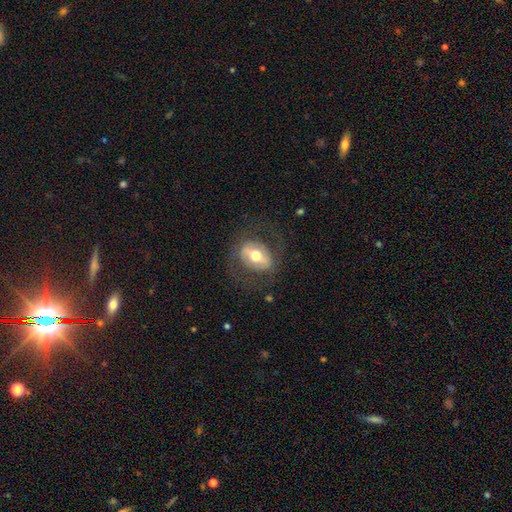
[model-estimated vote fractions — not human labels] This appears to be a featured or disk galaxy (55%) with a strong bar (41%), no spiral arms (62%) and a moderate central bulge (71%). Merging: none (71%).